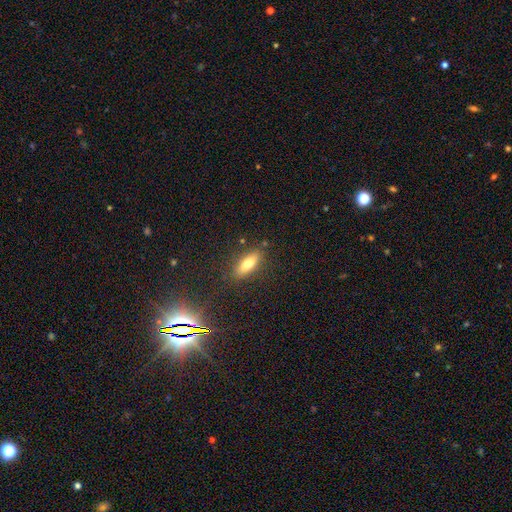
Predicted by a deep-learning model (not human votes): A smooth galaxy with no disk features (62%) that is in between round and cigar-shaped (60%). Merging: none (85%).